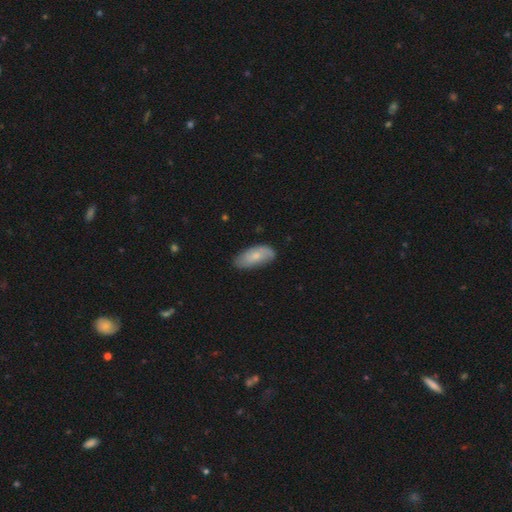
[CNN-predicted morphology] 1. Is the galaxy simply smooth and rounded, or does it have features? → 69% smooth, 25% featured or disk, 6% star or artifact.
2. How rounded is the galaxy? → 90% in between, 8% cigar-shaped, 2% round.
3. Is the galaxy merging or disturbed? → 73% none, 22% minor disturbance, 4% major disturbance, 1% merger.